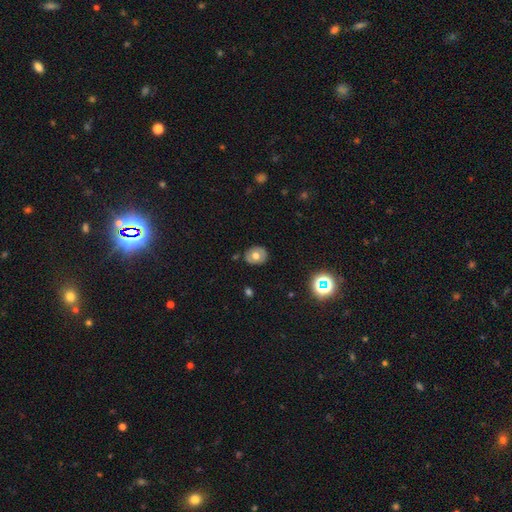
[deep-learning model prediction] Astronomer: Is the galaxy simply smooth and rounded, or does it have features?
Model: smooth — 60%.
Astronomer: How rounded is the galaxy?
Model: round — 61% (runner-up: in between, 38%).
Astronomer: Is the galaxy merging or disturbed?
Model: none — 84%.